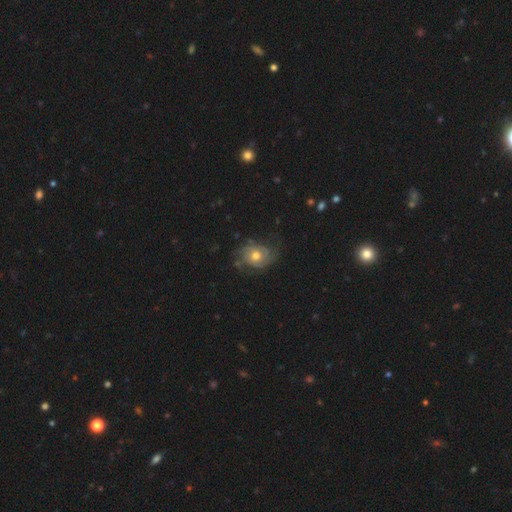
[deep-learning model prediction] featured or disk 63%, smooth 29%, star or artifact 8%. Down the decision tree: edge-on disk — no (97%); bar — no (81%); spiral arms — yes (83%); spiral arm count — 2 (51%); spiral winding — tight (45%); bulge size — moderate (73%); merging — none (61%).